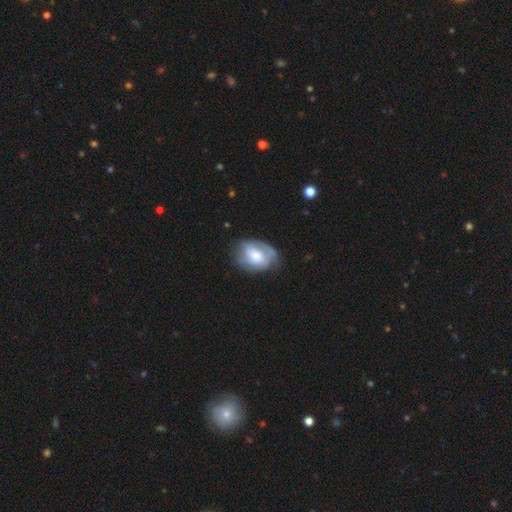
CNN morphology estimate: smooth_or_featured: smooth (p=0.48) [alt: featured or disk p=0.45]
merging: none (p=0.57) [alt: minor disturbance p=0.28]